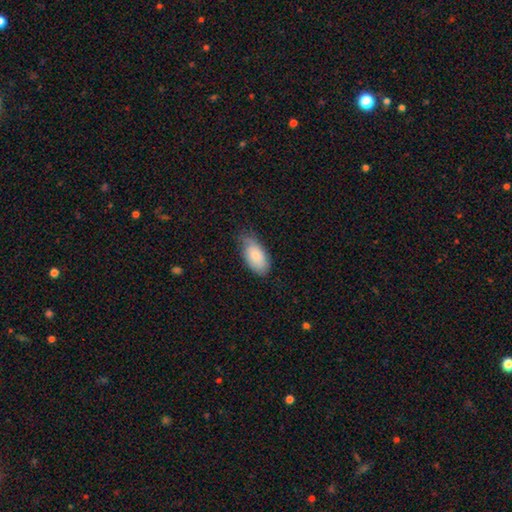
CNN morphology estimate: This appears to be a smooth galaxy with no disk features (80%) that is in between round and cigar-shaped (94%). Merging: none (58%).